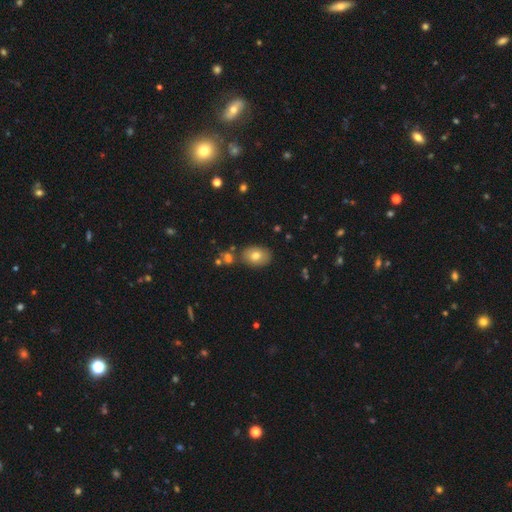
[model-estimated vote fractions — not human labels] smooth 75%, featured or disk 15%, star or artifact 10%. Down the decision tree: how rounded — in between (75%); merging — none (76%).